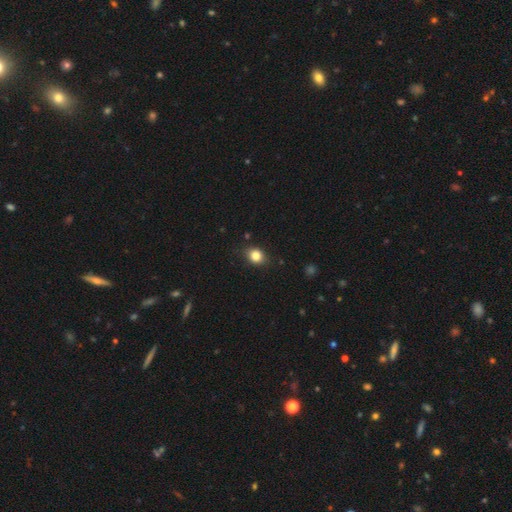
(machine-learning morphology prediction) This appears to be a smooth galaxy with no disk features (84%) that is round (55%). Merging: none (83%).